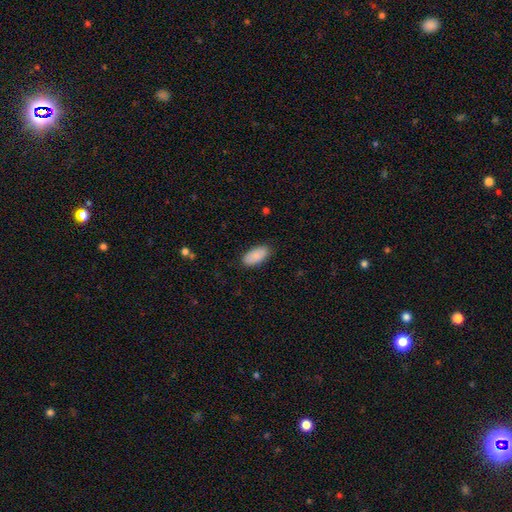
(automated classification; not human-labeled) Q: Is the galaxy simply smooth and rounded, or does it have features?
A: smooth — 87%.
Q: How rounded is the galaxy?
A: in between — 94%.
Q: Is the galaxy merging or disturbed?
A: none — 85%.